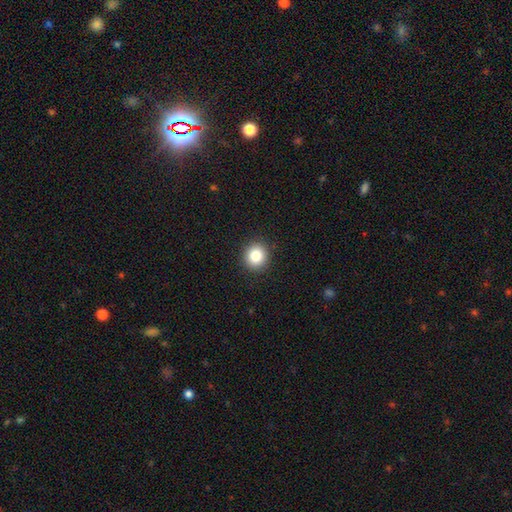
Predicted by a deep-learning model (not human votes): This appears to be a smooth galaxy with no disk features (84%) that is round (87%). Merging: none (92%).